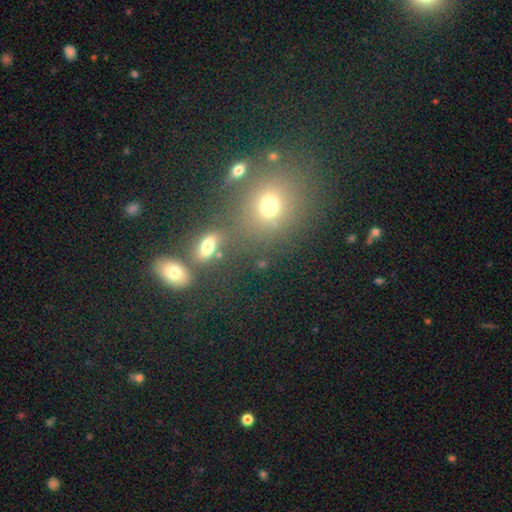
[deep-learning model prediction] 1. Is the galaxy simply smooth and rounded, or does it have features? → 53% smooth, 36% star or artifact, 11% featured or disk.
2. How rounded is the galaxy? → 72% round, 26% in between, 2% cigar-shaped.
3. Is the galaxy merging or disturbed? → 66% none, 18% merger, 10% minor disturbance, 5% major disturbance.